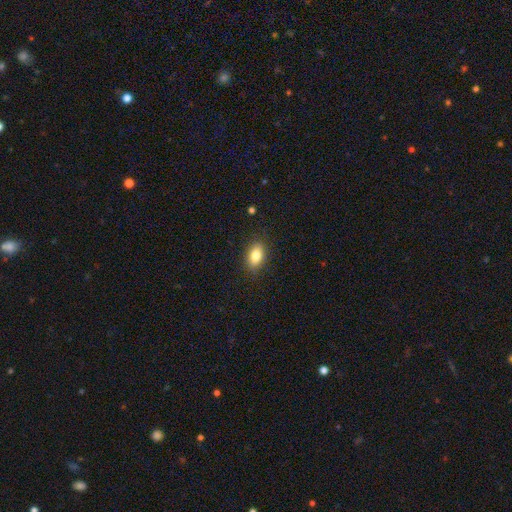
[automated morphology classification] Q: Smooth or featured?
A: smooth (82%); runner-up: featured or disk (9%)
Q: How rounded?
A: in between (87%); runner-up: round (10%)
Q: Merging?
A: none (88%); runner-up: minor disturbance (9%)